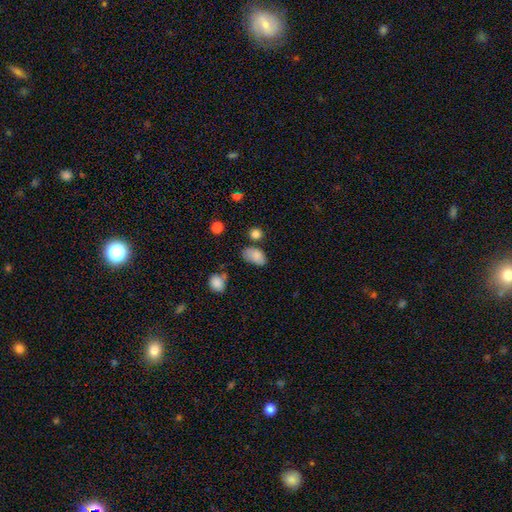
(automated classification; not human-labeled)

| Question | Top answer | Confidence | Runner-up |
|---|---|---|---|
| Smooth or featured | smooth | 82% | star or artifact (10%) |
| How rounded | in between | 89% | round (9%) |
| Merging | none | 51% | minor disturbance (30%) |